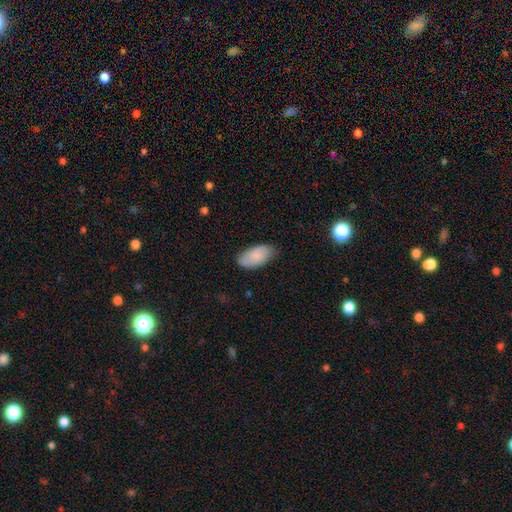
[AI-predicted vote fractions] Smooth or featured? smooth (84%)
How rounded? in between (95%)
Merging? none (77%)